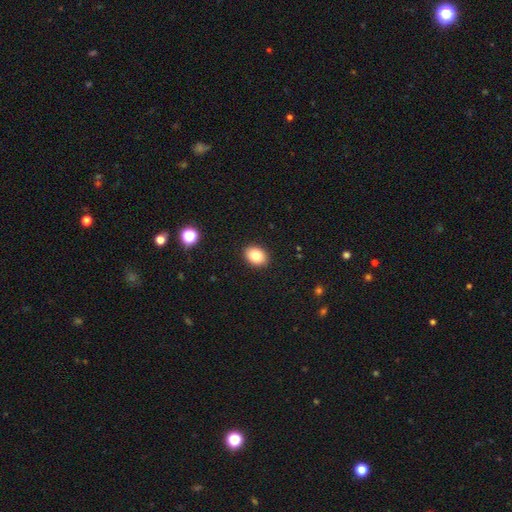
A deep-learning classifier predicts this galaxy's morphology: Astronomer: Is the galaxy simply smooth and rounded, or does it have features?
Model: smooth — 82%.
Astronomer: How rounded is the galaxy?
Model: in between — 68%.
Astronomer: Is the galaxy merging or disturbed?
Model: none — 91%.